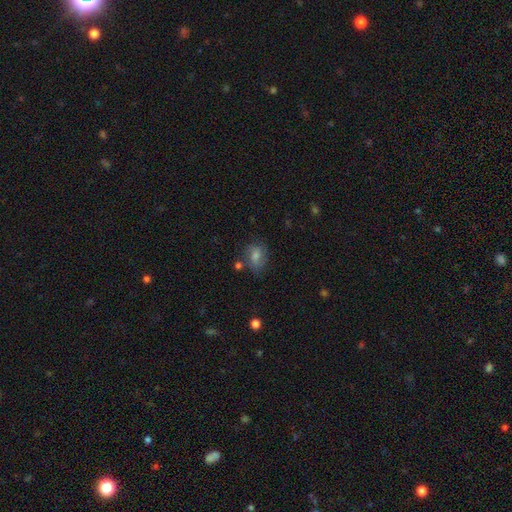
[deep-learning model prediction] smooth 55%, featured or disk 27%, star or artifact 18%. Down the decision tree: how rounded — in between (59%); merging — none (67%).